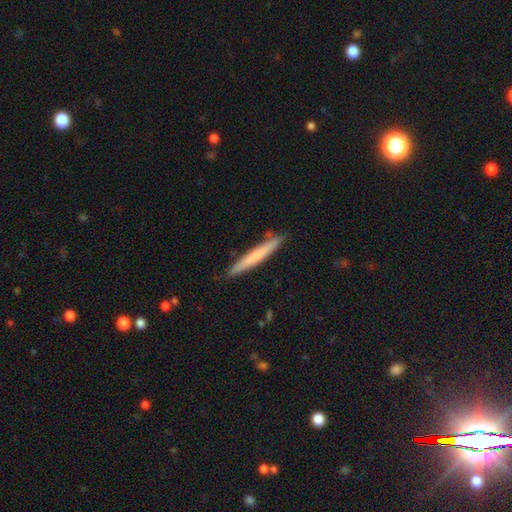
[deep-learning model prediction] smooth 64%, featured or disk 31%, star or artifact 6%. Down the decision tree: how rounded — cigar-shaped (96%); merging — none (88%).